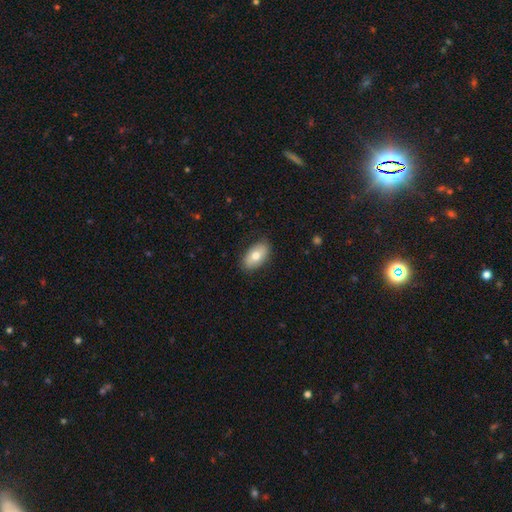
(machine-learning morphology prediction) A smooth galaxy with no disk features (71%) that is in between round and cigar-shaped (93%).

Vote fractions:
- Smooth or featured? smooth: 71% / featured or disk: 22% / star or artifact: 6%
- How rounded? in between: 93% / round: 5% / cigar-shaped: 2%
- Merging? none: 85% / minor disturbance: 11% / major disturbance: 2% / merger: 1%